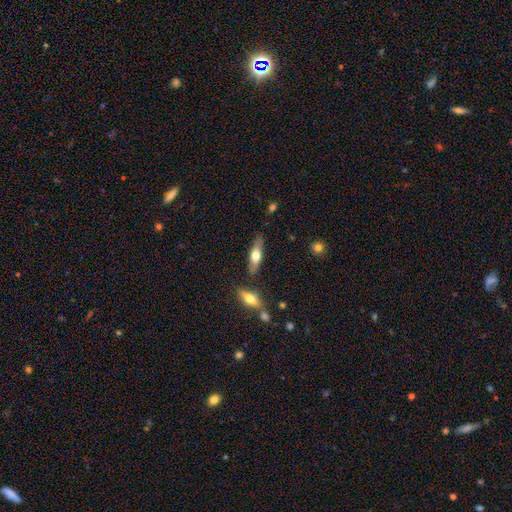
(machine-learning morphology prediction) This appears to be a smooth galaxy with no disk features (57%) that is cigar-shaped (51%). Merging: none (77%).